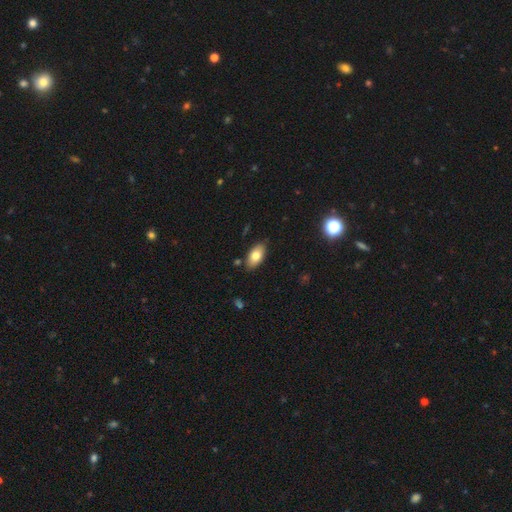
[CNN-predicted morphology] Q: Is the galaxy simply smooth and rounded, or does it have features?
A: smooth — 77%.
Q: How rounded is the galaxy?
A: in between — 93%.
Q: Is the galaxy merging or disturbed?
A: none — 84%.